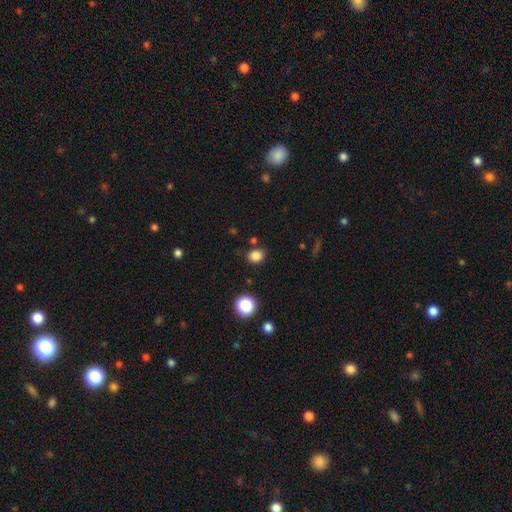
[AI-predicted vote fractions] Overall: smooth (83%). How rounded: round (65%; in between 34%). Merging: none (81%).